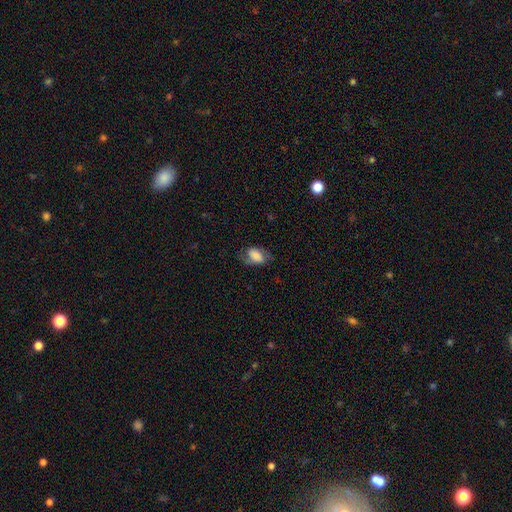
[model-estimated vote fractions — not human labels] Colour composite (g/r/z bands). It shows a smooth galaxy with no disk features (63%) that is in between round and cigar-shaped (88%). Merging: none (60%).